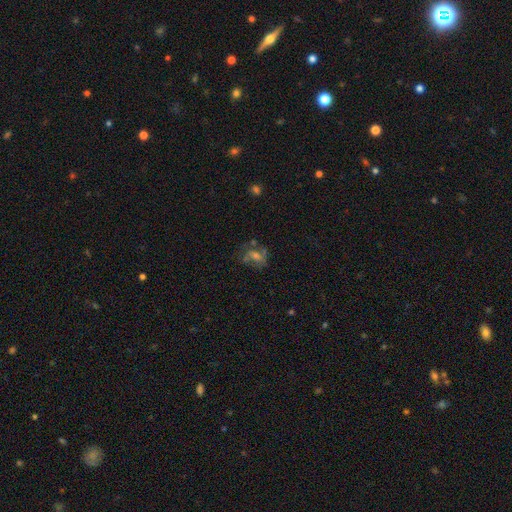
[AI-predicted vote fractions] featured or disk 51%, smooth 26%, star or artifact 23%. Down the decision tree: edge-on disk — no (96%); merging — none (56%).